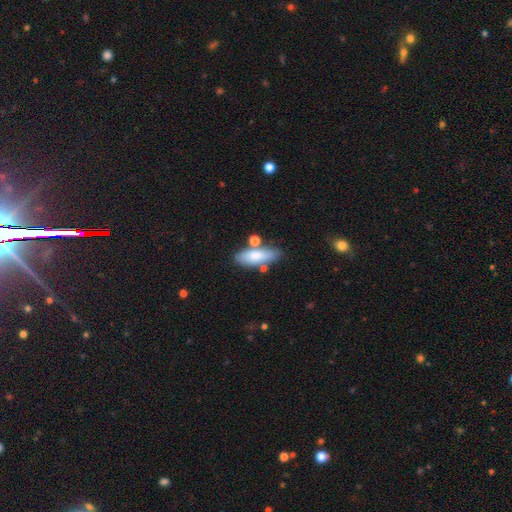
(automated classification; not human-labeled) A smooth galaxy with no disk features (76%) that is in between round and cigar-shaped (64%).

Vote fractions:
- Smooth or featured? smooth: 76% / featured or disk: 17% / star or artifact: 7%
- How rounded? in between: 64% / cigar-shaped: 34% / round: 3%
- Merging? none: 67% / minor disturbance: 15% / merger: 14% / major disturbance: 4%